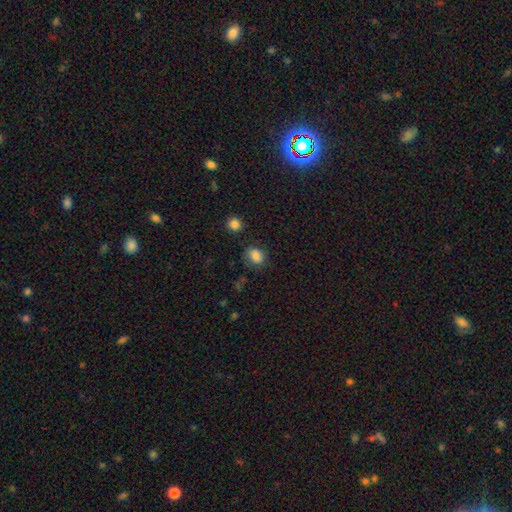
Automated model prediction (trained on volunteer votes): smooth_or_featured: smooth (p=0.83) [alt: star or artifact p=0.11]
how_rounded: in between (p=0.52) [alt: round p=0.47]
merging: none (p=0.70) [alt: minor disturbance p=0.21]